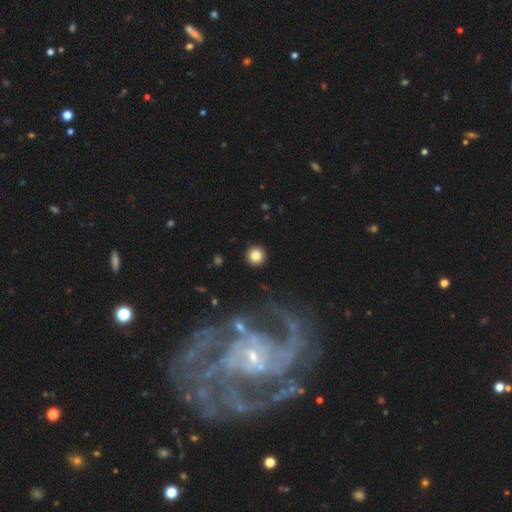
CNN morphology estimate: This is clearly a smooth galaxy (83%). How rounded: clearly round (96%). Merging: clearly none (93%).